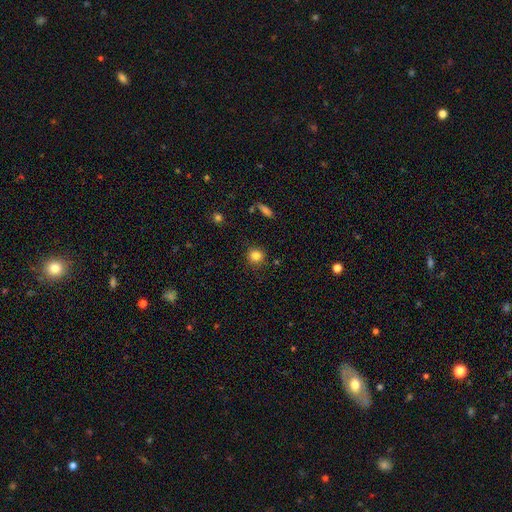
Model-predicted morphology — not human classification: smooth 83%, star or artifact 12%, featured or disk 6%. Down the decision tree: how rounded — round (90%); merging — none (88%).